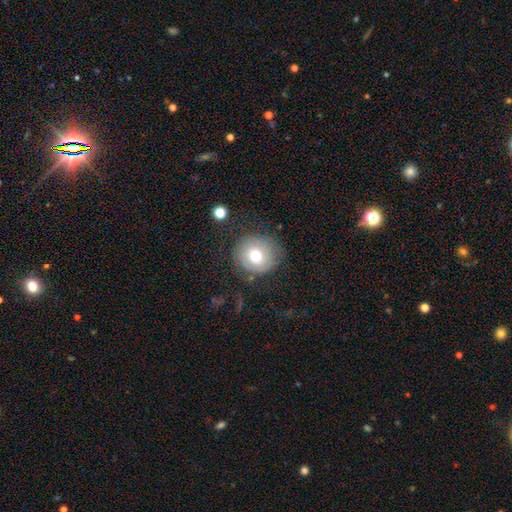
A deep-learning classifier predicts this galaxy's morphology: Overall: smooth (69%). How rounded: round (86%). Merging: none (73%).